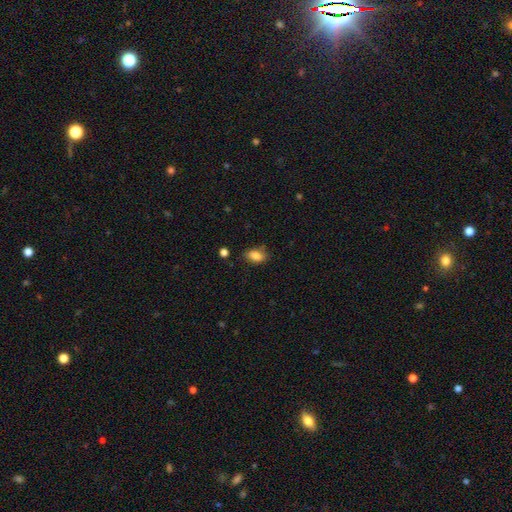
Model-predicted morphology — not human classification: Smooth or featured: smooth — 85% (star or artifact — 9%)
How rounded: in between — 87% (round — 11%)
Merging: none — 76% (minor disturbance — 17%)